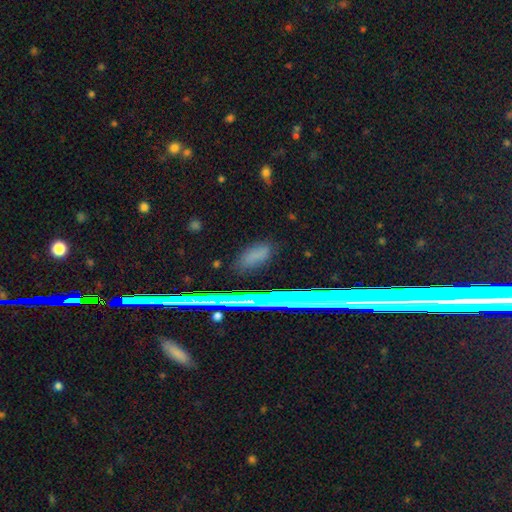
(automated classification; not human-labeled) Smooth or featured? Predicted: smooth (p=0.59). How rounded? Predicted: in between (p=0.77). Merging? Predicted: none (p=0.80).